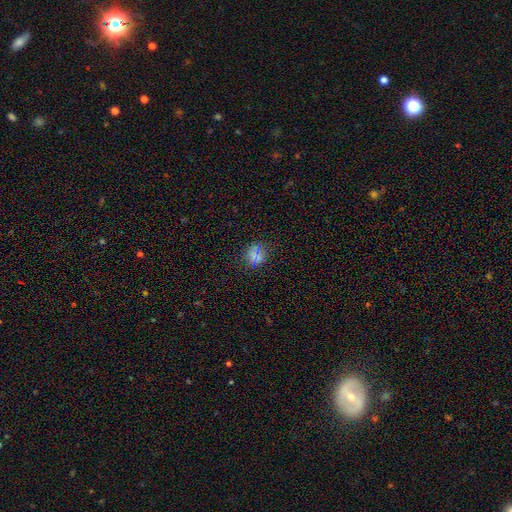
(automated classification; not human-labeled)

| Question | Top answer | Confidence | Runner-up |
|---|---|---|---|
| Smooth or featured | smooth | 59% | star or artifact (32%) |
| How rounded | round | 84% | in between (14%) |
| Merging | none | 83% | minor disturbance (10%) |